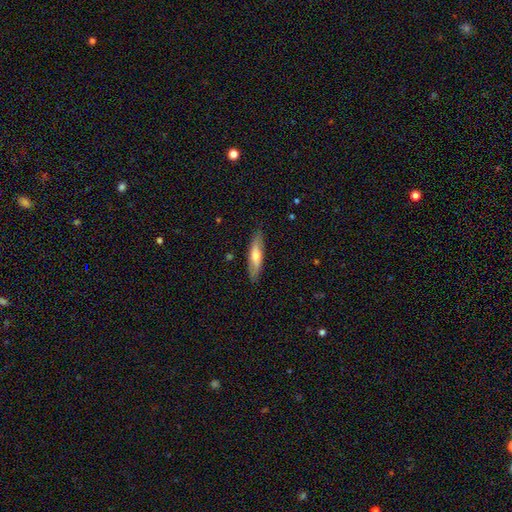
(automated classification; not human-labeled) This appears to be a smooth galaxy with no disk features (56%) that is cigar-shaped (72%). Merging: none (85%).